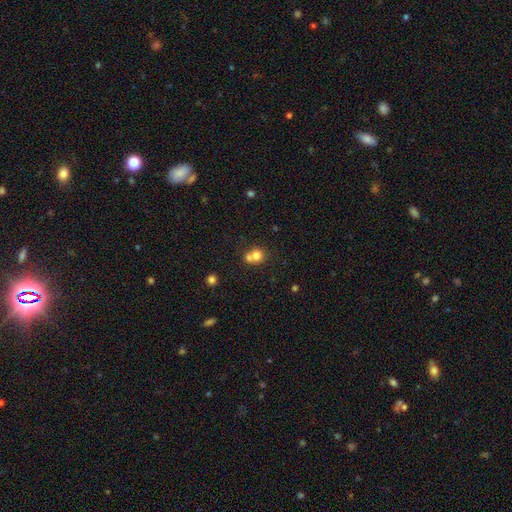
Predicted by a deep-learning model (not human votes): Smooth or featured? smooth (76%)
How rounded? round (81%)
Merging? merger (50%)